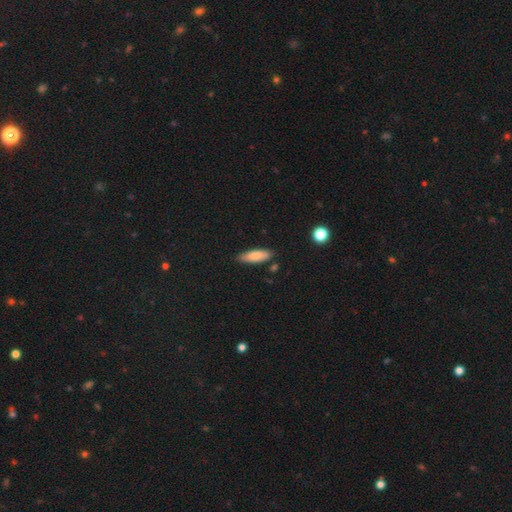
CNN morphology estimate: Overall: smooth (81%). How rounded: in between (52%; cigar-shaped 46%). Merging: none (82%).